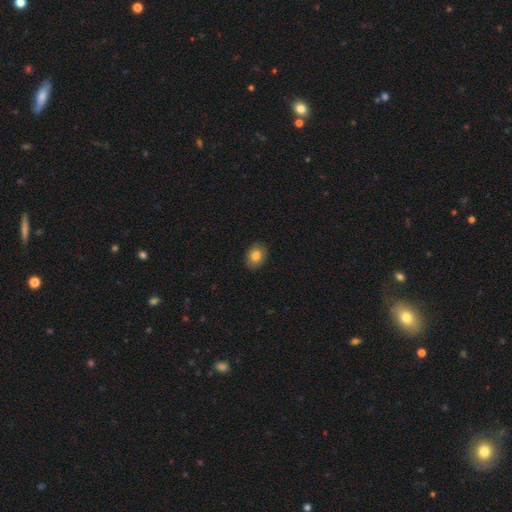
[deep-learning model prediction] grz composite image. It shows a smooth galaxy with no disk features (83%) that is in between round and cigar-shaped (62%). Merging: none (89%).